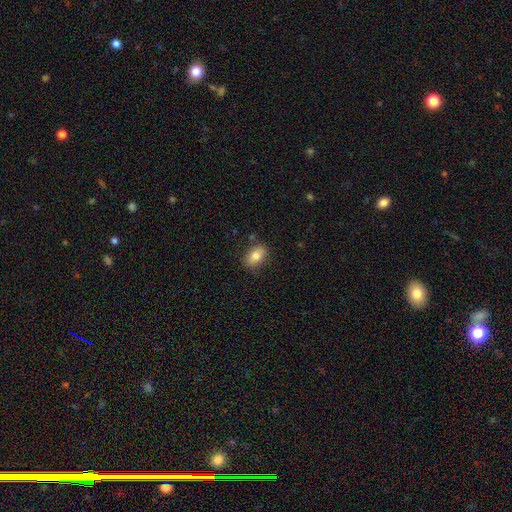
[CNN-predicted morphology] This is likely a smooth galaxy (79%). How rounded: clearly in between (83%). Merging: clearly none (82%).